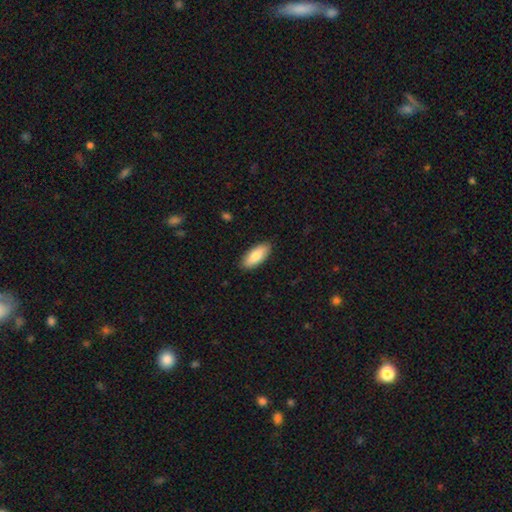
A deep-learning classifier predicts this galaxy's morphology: Smooth or featured: smooth — 83% (featured or disk — 12%)
How rounded: in between — 81% (cigar-shaped — 17%)
Merging: none — 88% (minor disturbance — 9%)